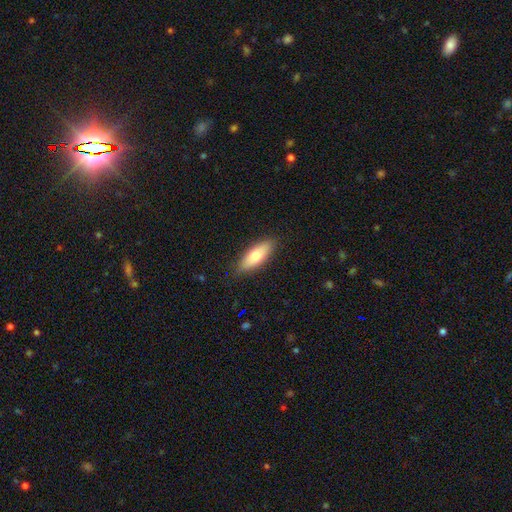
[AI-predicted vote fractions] Morphology: type=smooth (76%); roundness=in between (62%); merging=none (85%).